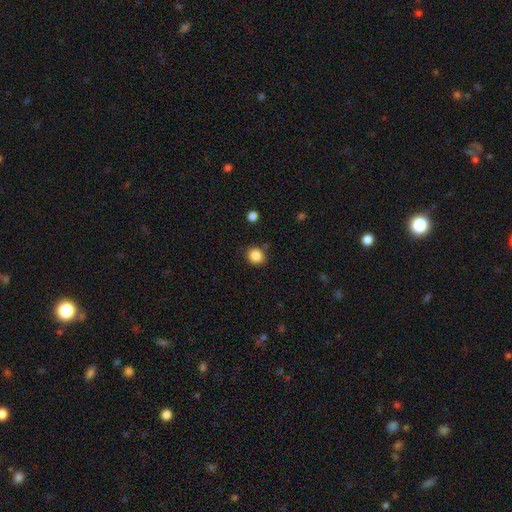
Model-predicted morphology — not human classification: Smooth or featured? Predicted: smooth (p=0.85). How rounded? Predicted: round (p=0.80). Merging? Predicted: none (p=0.85).